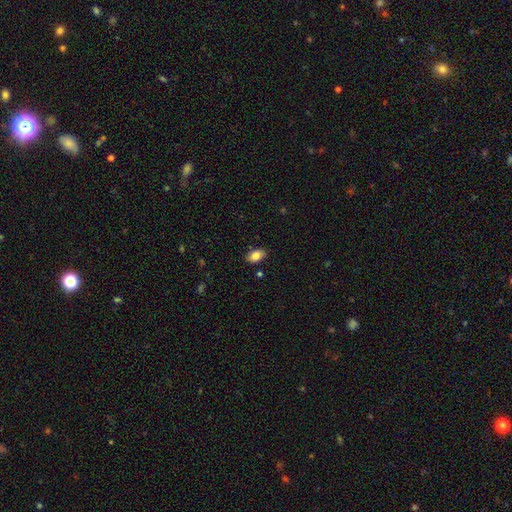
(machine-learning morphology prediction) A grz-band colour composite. It shows a smooth galaxy with no disk features (83%) that is in between round and cigar-shaped (91%). Merging: none (86%).